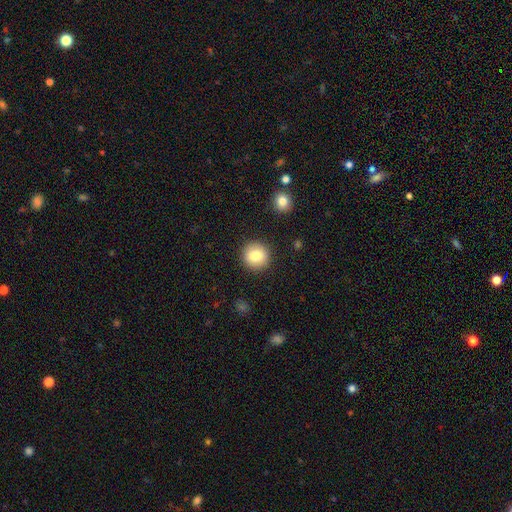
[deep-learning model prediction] Overall: smooth (82%). How rounded: round (92%). Merging: none (90%).